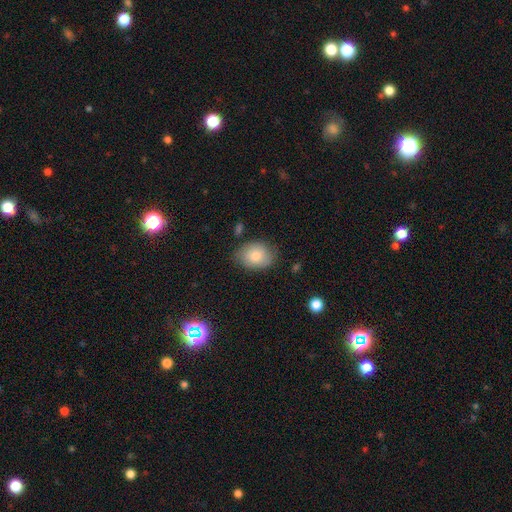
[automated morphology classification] The model was most divided on "how rounded": in between: 67%, round: 32%, cigar-shaped: 1%. More confident: smooth or featured — smooth (78%); merging — none (75%).